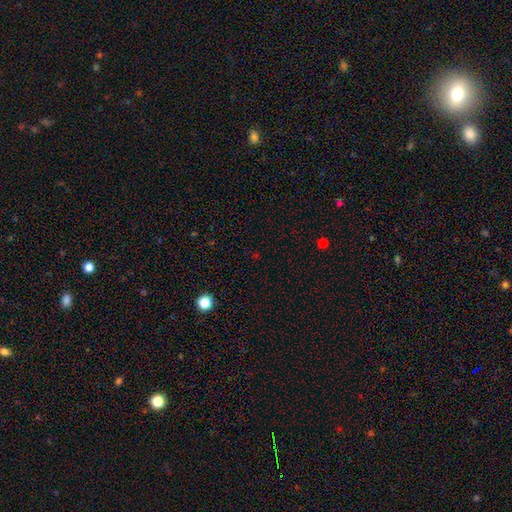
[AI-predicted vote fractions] A star or artifact, not a galaxy (57%).